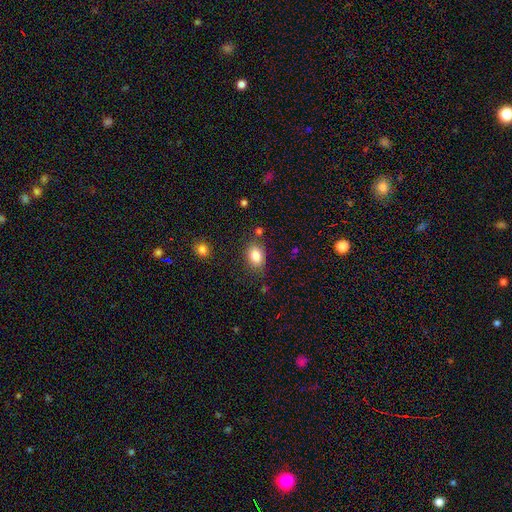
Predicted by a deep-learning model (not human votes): Morphology: type=smooth (83%); roundness=in between (75%); merging=none (77%).